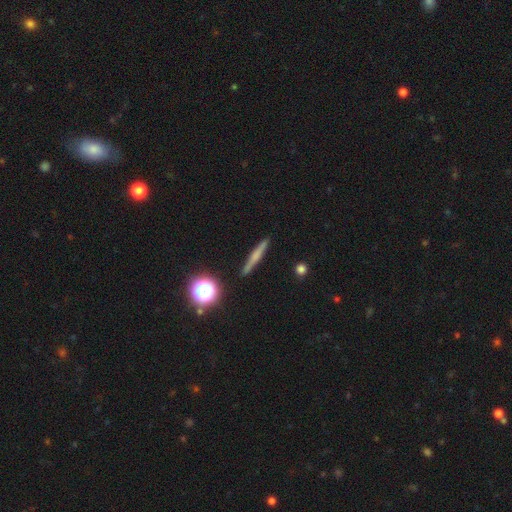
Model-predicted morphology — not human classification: smooth 44% (tied), featured or disk 44% (tied), star or artifact 11%. Down the decision tree: merging — none (90%).